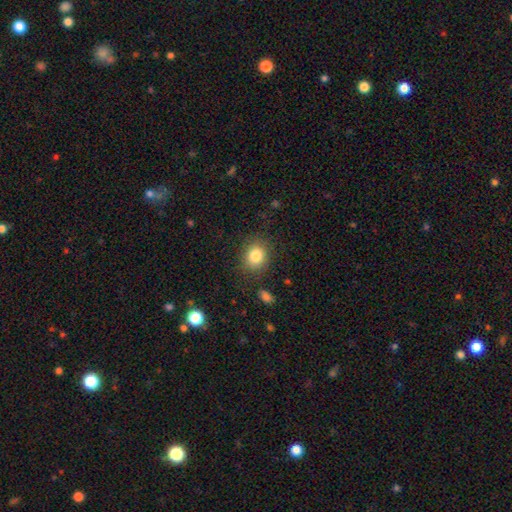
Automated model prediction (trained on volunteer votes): smooth-or-featured: smooth: 83% | star or artifact: 10% | featured or disk: 7%
  how-rounded: round: 67% | in between: 32% | cigar-shaped: 1%
  merging: none: 84% | minor disturbance: 11% | major disturbance: 4% | merger: 2%